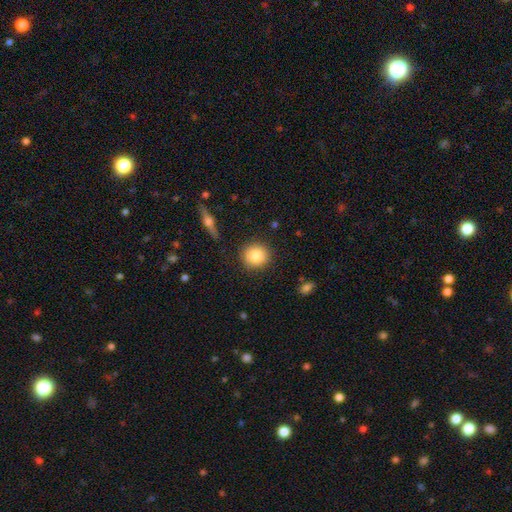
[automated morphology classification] smooth-or-featured: smooth: 83% | featured or disk: 9% | star or artifact: 8%
  how-rounded: round: 92% | in between: 7% | cigar-shaped: 1%
  merging: none: 89% | minor disturbance: 7% | major disturbance: 2% | merger: 2%